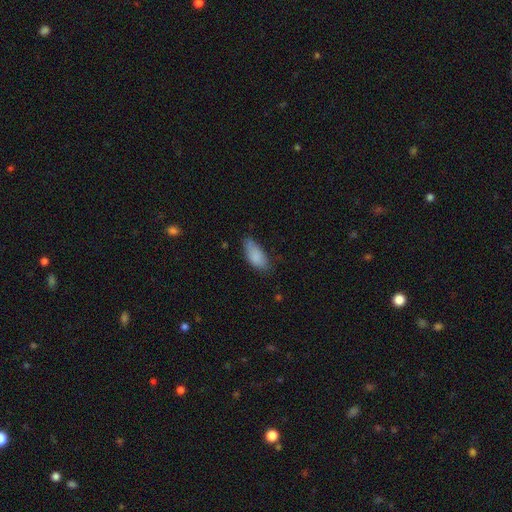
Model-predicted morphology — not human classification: A smooth galaxy with no disk features (85%) that is in between round and cigar-shaped (87%).

Vote fractions:
- Smooth or featured? smooth: 85% / featured or disk: 8% / star or artifact: 7%
- How rounded? in between: 87% / cigar-shaped: 11% / round: 2%
- Merging? none: 59% / minor disturbance: 32% / major disturbance: 8% / merger: 2%